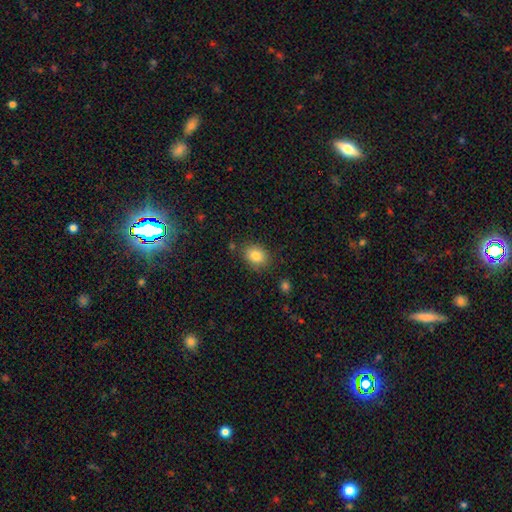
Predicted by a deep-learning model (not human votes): smooth-or-featured: smooth: 83% | star or artifact: 9% | featured or disk: 7%
  how-rounded: in between: 55% | round: 44% | cigar-shaped: 1%
  merging: none: 82% | minor disturbance: 12% | major disturbance: 3% | merger: 3%